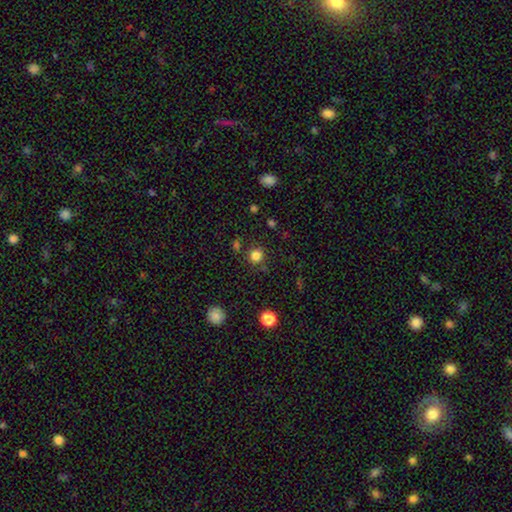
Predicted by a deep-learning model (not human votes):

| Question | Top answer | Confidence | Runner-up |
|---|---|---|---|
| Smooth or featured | smooth | 82% | star or artifact (14%) |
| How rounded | round | 92% | in between (7%) |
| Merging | none | 81% | minor disturbance (10%) |